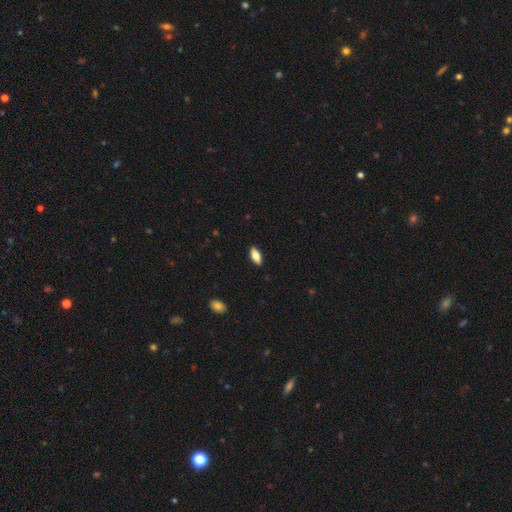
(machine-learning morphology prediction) smooth-or-featured: smooth: 75% | featured or disk: 19% | star or artifact: 6%
  how-rounded: in between: 83% | cigar-shaped: 15% | round: 2%
  merging: none: 89% | minor disturbance: 8% | major disturbance: 2% | merger: 1%